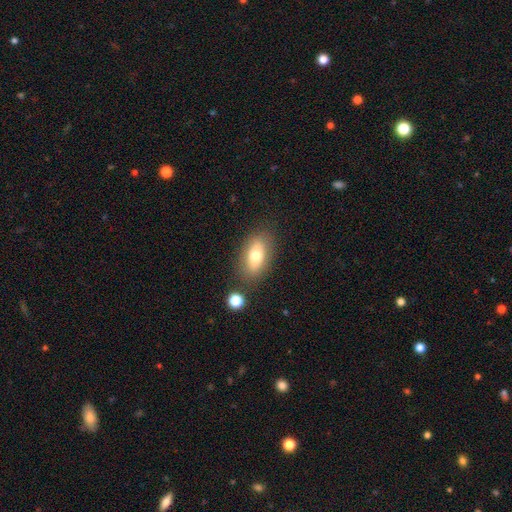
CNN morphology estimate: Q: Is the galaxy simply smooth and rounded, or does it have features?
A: smooth — 71%.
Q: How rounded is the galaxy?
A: in between — 86%.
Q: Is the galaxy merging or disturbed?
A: none — 78%.